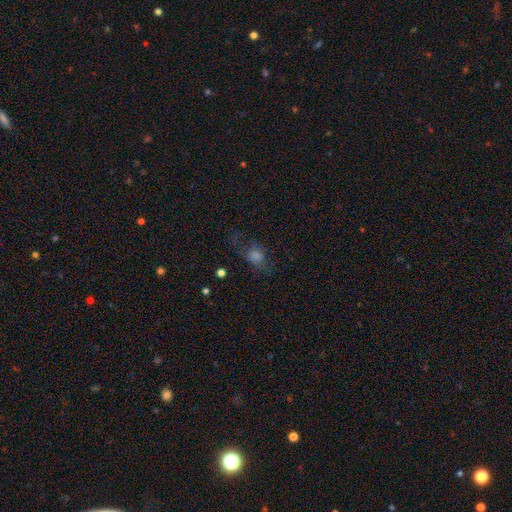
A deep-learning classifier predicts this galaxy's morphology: The model was most divided on "how rounded": in between: 54%, round: 41%, cigar-shaped: 5%. More confident: merging — none (57%); smooth or featured — smooth (52%).